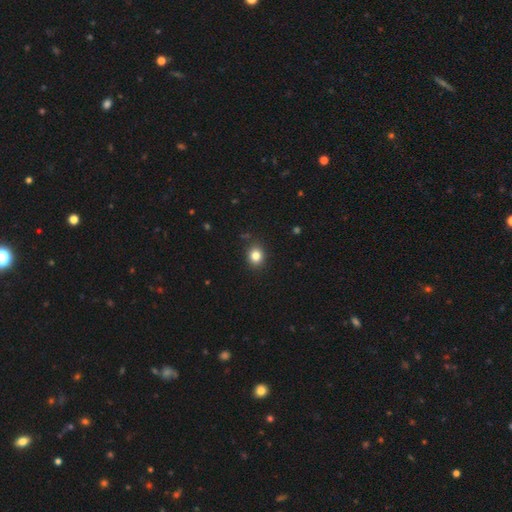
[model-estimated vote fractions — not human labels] A smooth galaxy with no disk features (83%) that is round (68%). Merging: none (88%).